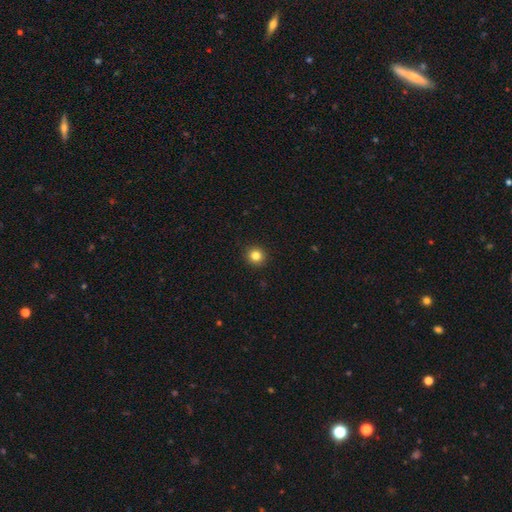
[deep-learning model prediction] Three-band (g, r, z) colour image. It shows a smooth galaxy with no disk features (83%) that is round (92%). Merging: none (93%).